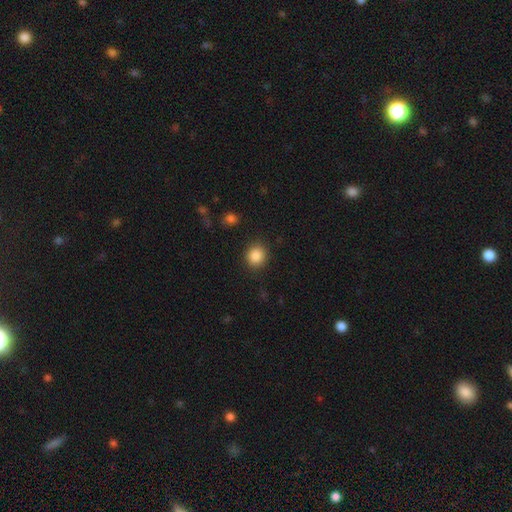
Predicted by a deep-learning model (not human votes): Smooth or featured?
  - smooth: 87% *
  - star or artifact: 9%
  - featured or disk: 4%
How rounded?
  - round: 84% *
  - in between: 15%
  - cigar-shaped: 1%
Merging?
  - none: 88% *
  - minor disturbance: 8%
  - major disturbance: 3%
  - merger: 1%